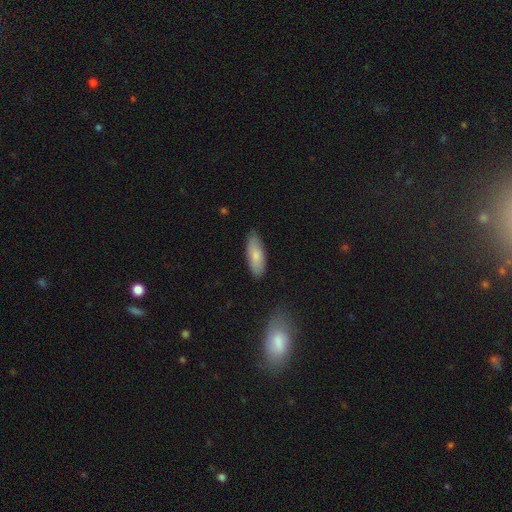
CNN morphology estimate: The model was most divided on "how rounded": in between: 66%, cigar-shaped: 32%, round: 2%. More confident: merging — none (84%); smooth or featured — smooth (80%).